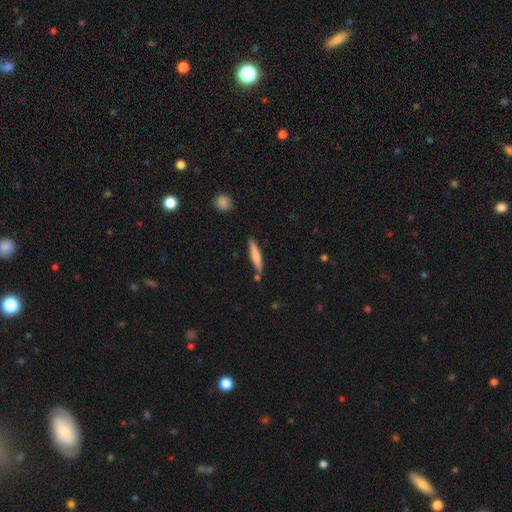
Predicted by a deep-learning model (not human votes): This is likely a smooth galaxy (66%). How rounded: clearly cigar-shaped (89%). Merging: likely none (79%).